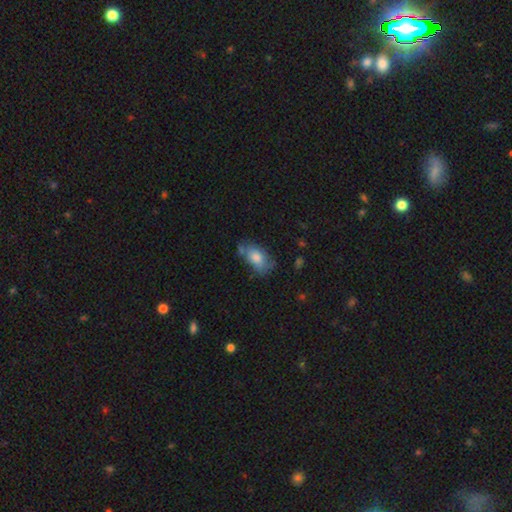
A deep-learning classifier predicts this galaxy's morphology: A smooth galaxy with no disk features (73%) that is in between round and cigar-shaped (89%).

Vote fractions:
- Smooth or featured? smooth: 73% / featured or disk: 18% / star or artifact: 9%
- How rounded? in between: 89% / round: 8% / cigar-shaped: 3%
- Merging? none: 60% / minor disturbance: 26% / major disturbance: 8% / merger: 7%